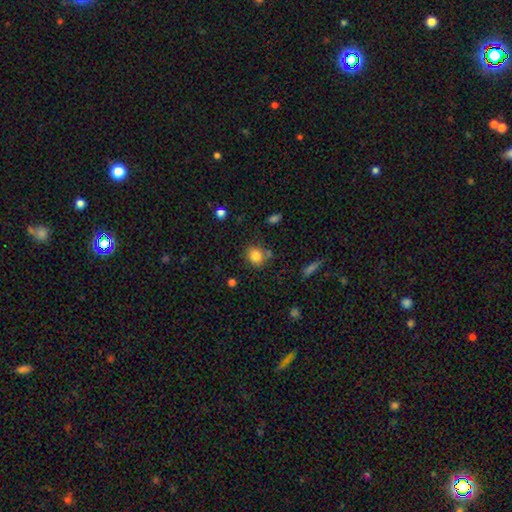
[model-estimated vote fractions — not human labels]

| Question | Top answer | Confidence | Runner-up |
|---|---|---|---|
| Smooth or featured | smooth | 83% | star or artifact (11%) |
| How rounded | round | 76% | in between (23%) |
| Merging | none | 74% | minor disturbance (14%) |